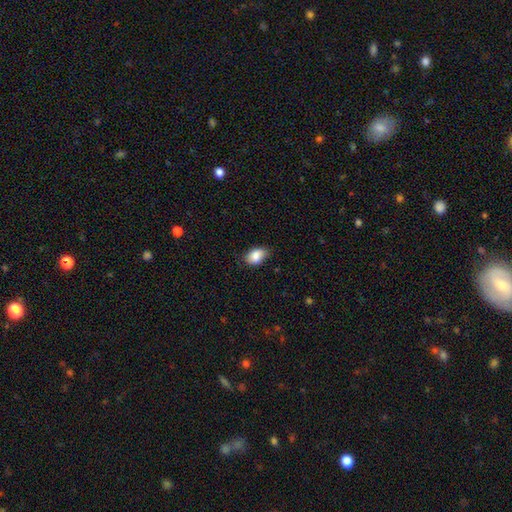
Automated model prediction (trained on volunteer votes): This is clearly a smooth galaxy (87%). How rounded: clearly in between (88%). Merging: likely none (73%).